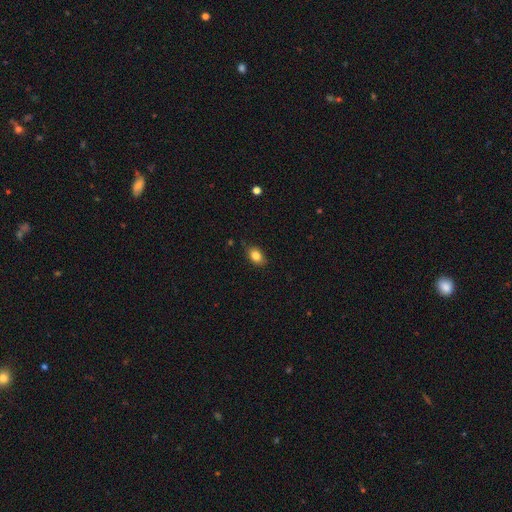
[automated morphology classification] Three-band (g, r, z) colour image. It shows a smooth galaxy with no disk features (83%) that is in between round and cigar-shaped (80%). Merging: none (79%).